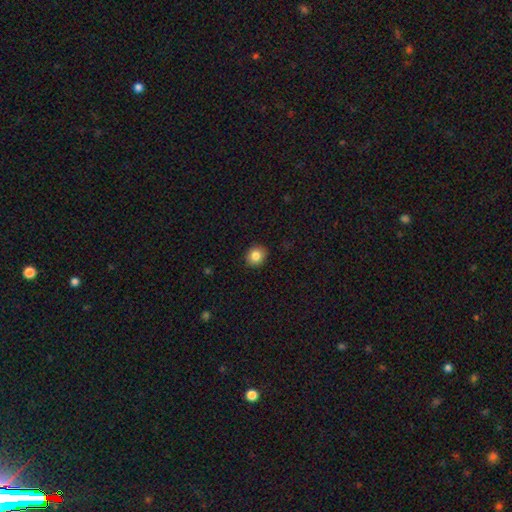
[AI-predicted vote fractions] This is clearly a smooth galaxy (85%). How rounded: likely round (73%). Merging: clearly none (90%).